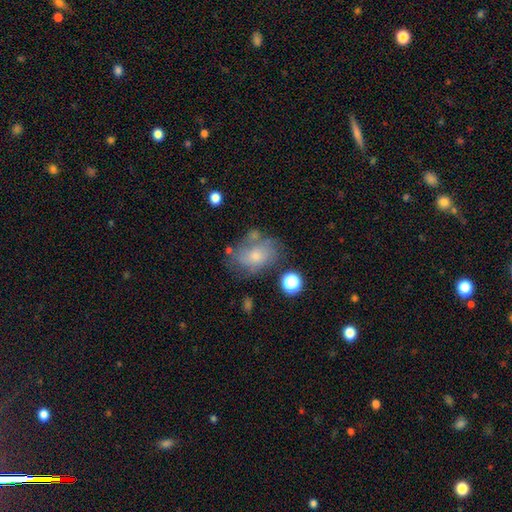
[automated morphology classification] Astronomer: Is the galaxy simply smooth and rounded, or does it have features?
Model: smooth — 54% (runner-up: featured or disk, 35%).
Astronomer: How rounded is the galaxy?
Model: in between — 72%.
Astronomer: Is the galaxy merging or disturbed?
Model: none — 51%.